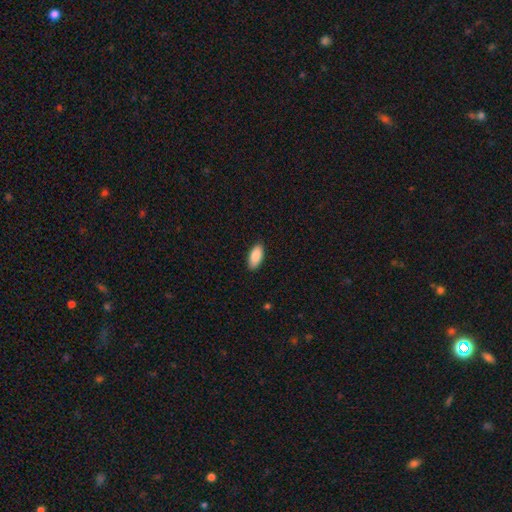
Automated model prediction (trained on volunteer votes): A smooth galaxy with no disk features (89%) that is in between round and cigar-shaped (91%). Merging: none (89%).